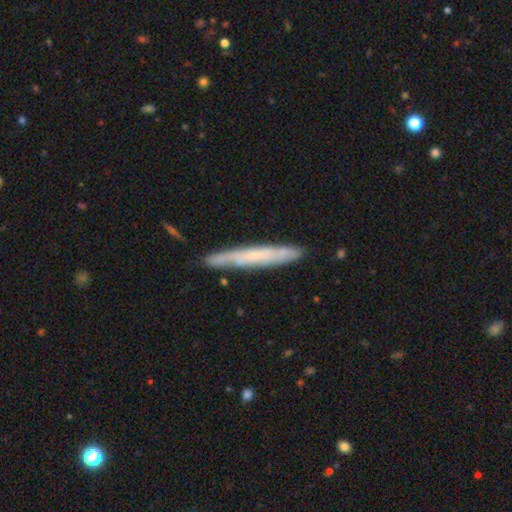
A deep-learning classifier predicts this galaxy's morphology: type=featured or disk (50%); edge-on=yes (84%); merging=none (83%).